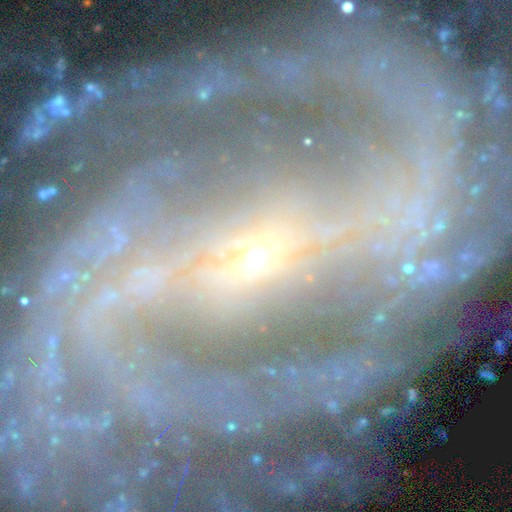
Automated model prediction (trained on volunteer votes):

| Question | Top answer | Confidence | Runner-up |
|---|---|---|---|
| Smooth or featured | featured or disk | 88% | star or artifact (7%) |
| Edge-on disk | no | 95% | yes (5%) |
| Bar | strong | 54% | weak (29%) |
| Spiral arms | yes | 95% | no (5%) |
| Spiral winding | tight | 52% | medium (35%) |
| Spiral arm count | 2 | 42% | can't tell (20%) |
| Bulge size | small | 81% | moderate (15%) |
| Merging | none | 64% | minor disturbance (17%) |